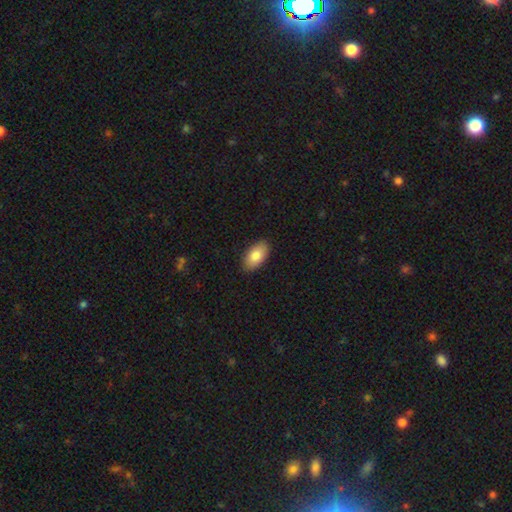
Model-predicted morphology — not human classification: smooth 83%, featured or disk 11%, star or artifact 6%. Down the decision tree: how rounded — in between (94%); merging — none (88%).